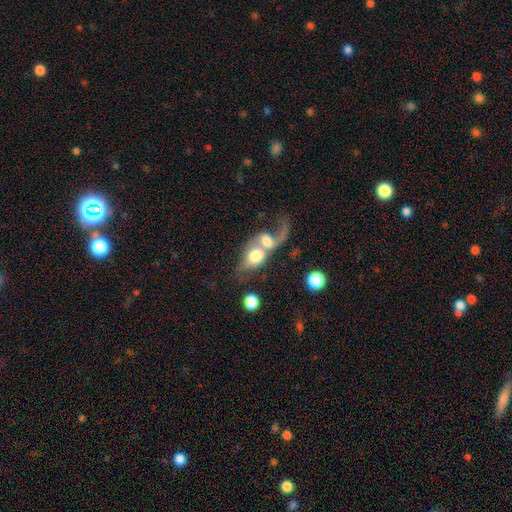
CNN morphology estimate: Q: Smooth or featured?
A: smooth (56%); runner-up: featured or disk (36%)
Q: How rounded?
A: in between (64%); runner-up: round (32%)
Q: Merging?
A: merger (77%); runner-up: major disturbance (11%)